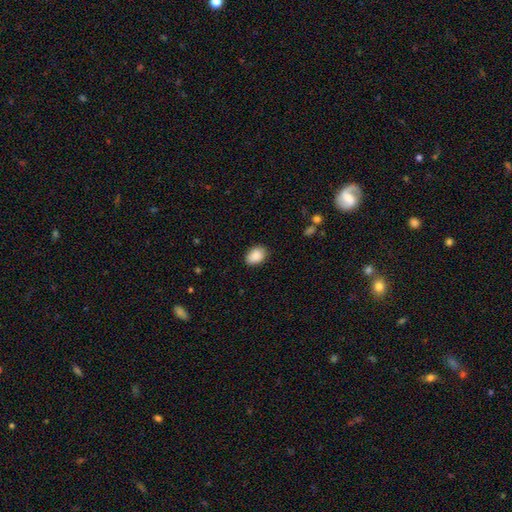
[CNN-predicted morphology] smooth 89%, star or artifact 7%, featured or disk 3%. Down the decision tree: how rounded — in between (78%); merging — none (84%).